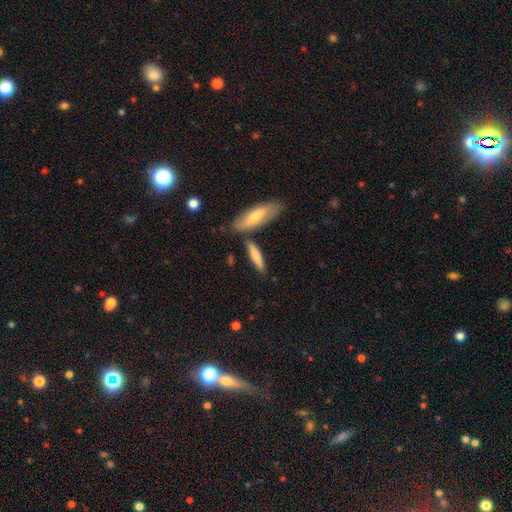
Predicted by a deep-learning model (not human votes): This appears to be a smooth galaxy with no disk features (71%) that is cigar-shaped (75%). Merging: none (69%).